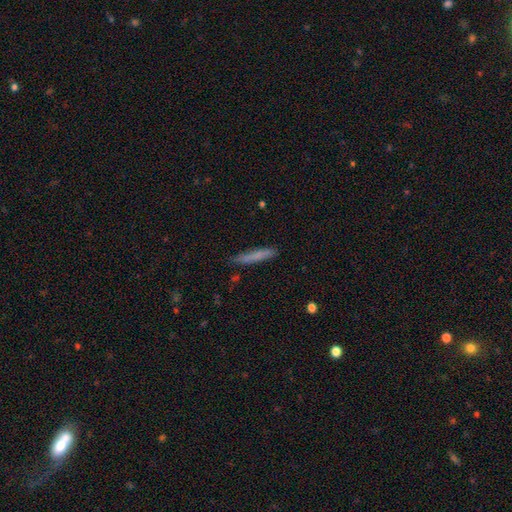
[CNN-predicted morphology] Q: Smooth or featured?
A: smooth (73%); runner-up: featured or disk (20%)
Q: How rounded?
A: cigar-shaped (94%); runner-up: in between (5%)
Q: Merging?
A: none (81%); runner-up: minor disturbance (15%)